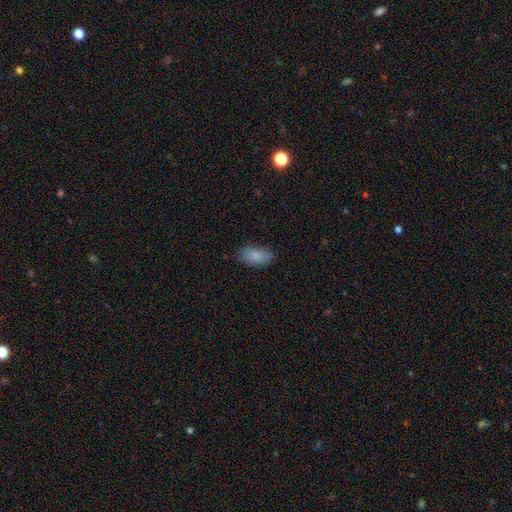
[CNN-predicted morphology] smooth 85%, featured or disk 8%, star or artifact 7%. Down the decision tree: how rounded — in between (92%); merging — none (81%).